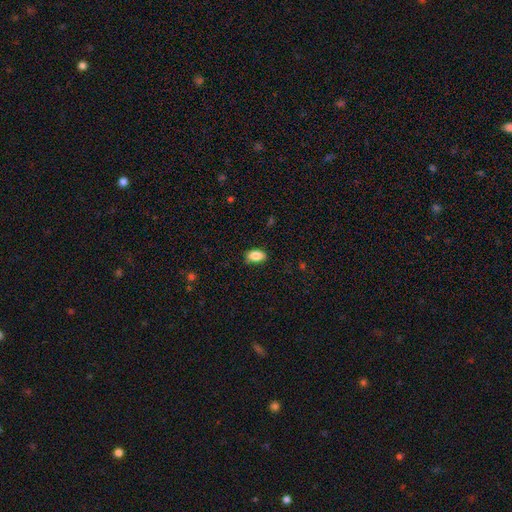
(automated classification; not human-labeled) Smooth or featured? Predicted: smooth (p=0.86). How rounded? Predicted: in between (p=0.90). Merging? Predicted: none (p=0.83).